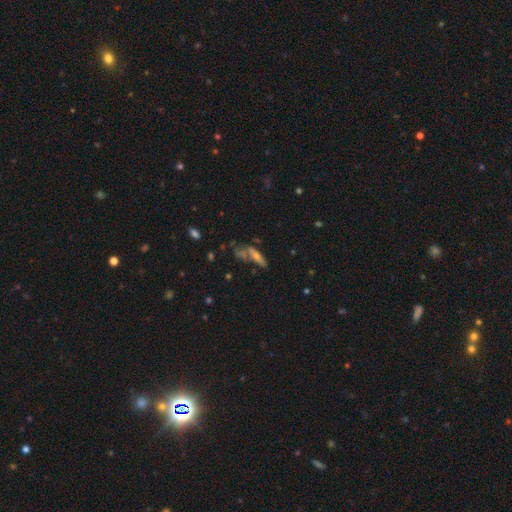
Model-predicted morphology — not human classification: This appears to be a featured or disk galaxy (43%). Merging: none (36%).